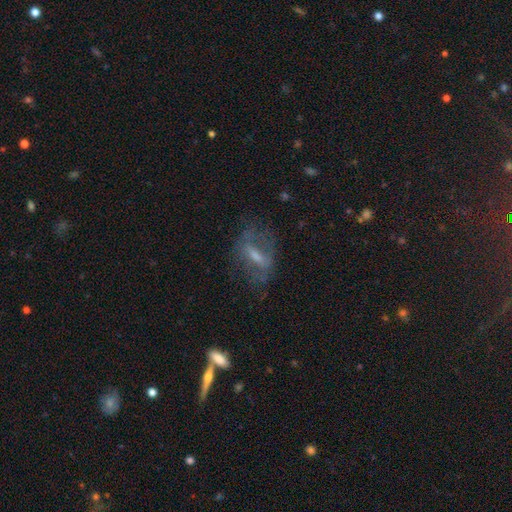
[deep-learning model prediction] The model was most divided on "smooth or featured": featured or disk: 55%, smooth: 29%, star or artifact: 16%. More confident: edge-on disk — no (80%); merging — none (62%).